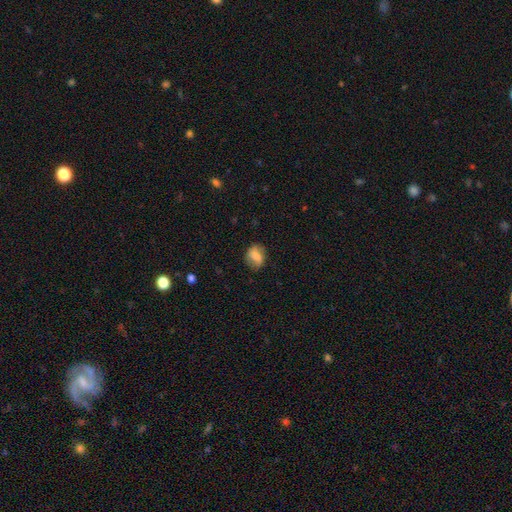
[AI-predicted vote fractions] Overall: smooth (73%). How rounded: in between (62%; round 36%). Merging: none (66%).